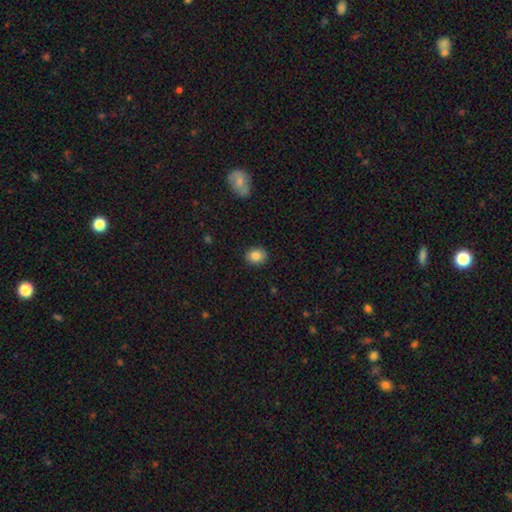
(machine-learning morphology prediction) smooth 84%, star or artifact 9%, featured or disk 7%. Down the decision tree: how rounded — round (56%); merging — none (89%).